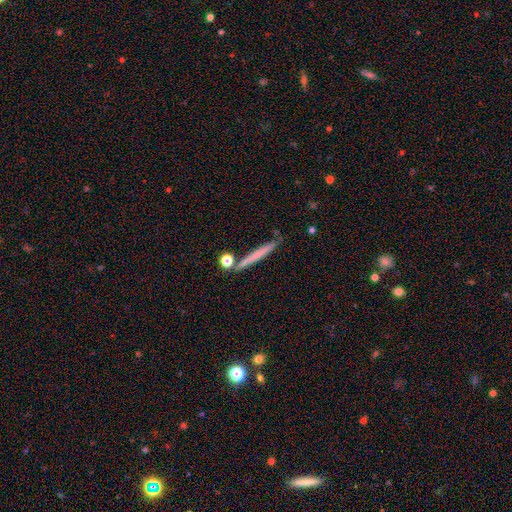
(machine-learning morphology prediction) A smooth galaxy with no disk features (62%) that is cigar-shaped (94%).

Vote fractions:
- Smooth or featured? smooth: 62% / featured or disk: 30% / star or artifact: 7%
- How rounded? cigar-shaped: 94% / in between: 3% / round: 3%
- Merging? none: 80% / minor disturbance: 10% / merger: 7% / major disturbance: 3%